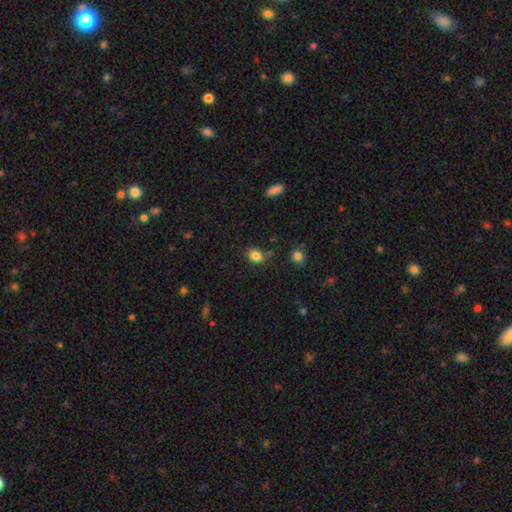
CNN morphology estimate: smooth 83%, star or artifact 11%, featured or disk 5%. Down the decision tree: how rounded — in between (58%); merging — none (72%).